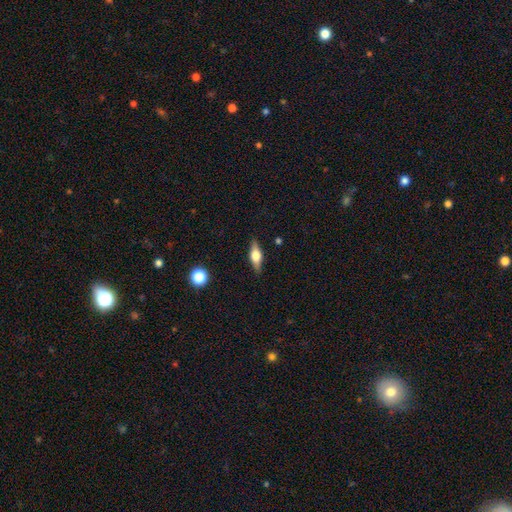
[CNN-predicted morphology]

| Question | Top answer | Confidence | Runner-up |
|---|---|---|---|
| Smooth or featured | featured or disk | 49% | smooth (44%) |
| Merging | none | 87% | minor disturbance (9%) |